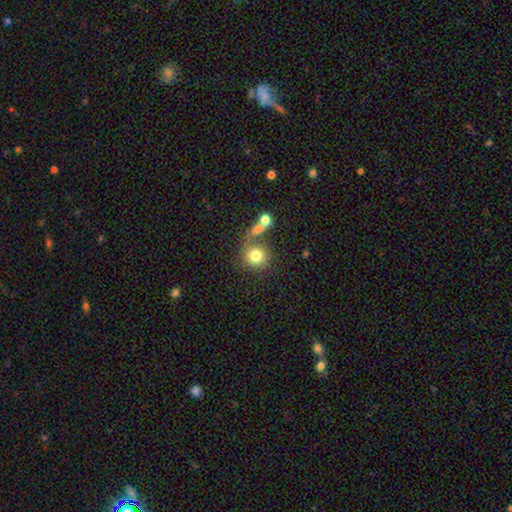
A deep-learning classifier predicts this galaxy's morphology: The model was most divided on "merging": none: 56%, merger: 25%, minor disturbance: 11%, major disturbance: 8%. More confident: how rounded — round (87%); smooth or featured — smooth (78%).